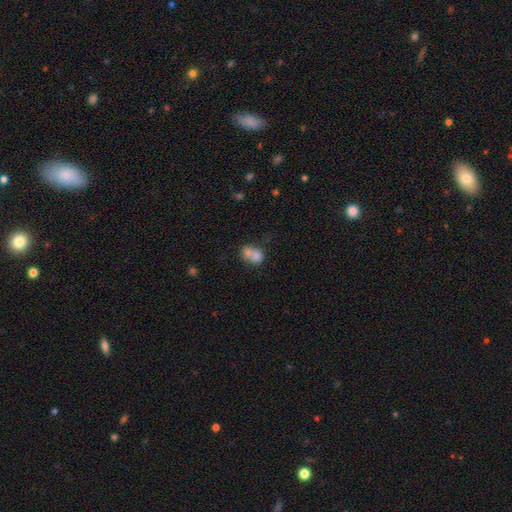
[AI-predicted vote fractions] Q: Smooth or featured?
A: smooth (74%); runner-up: featured or disk (16%)
Q: How rounded?
A: round (56%); runner-up: in between (43%)
Q: Merging?
A: merger (67%); runner-up: none (22%)